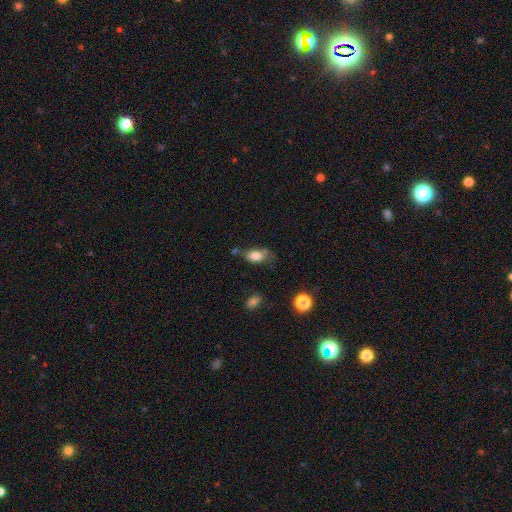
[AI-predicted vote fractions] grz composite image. It shows a smooth galaxy with no disk features (81%) that is in between round and cigar-shaped (86%). Merging: none (48%).